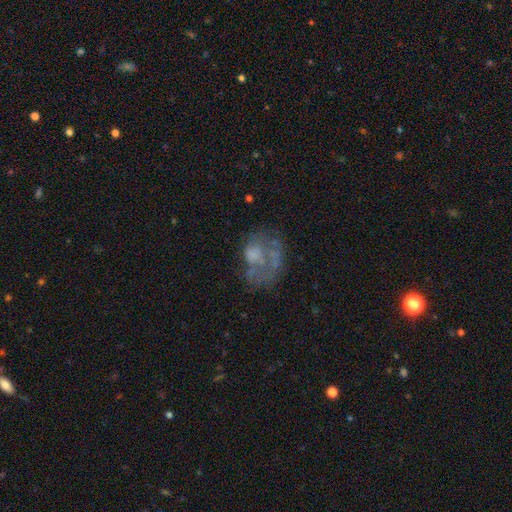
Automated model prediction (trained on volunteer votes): Smooth or featured? featured or disk (52%)
Edge-on disk? no (98%)
Bar? no (92%)
Spiral arms? no (88%)
Bulge size? none (59%)
Merging? major disturbance (36%)